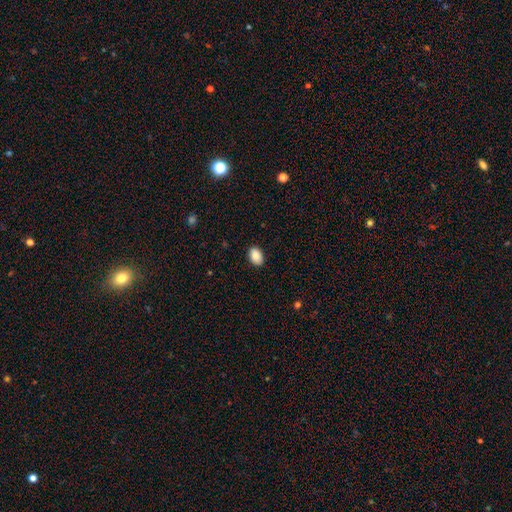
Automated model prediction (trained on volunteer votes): Smooth or featured?
  - smooth: 89% *
  - star or artifact: 7%
  - featured or disk: 4%
How rounded?
  - in between: 87% *
  - round: 12%
  - cigar-shaped: 1%
Merging?
  - none: 89% *
  - minor disturbance: 8%
  - major disturbance: 2%
  - merger: 1%